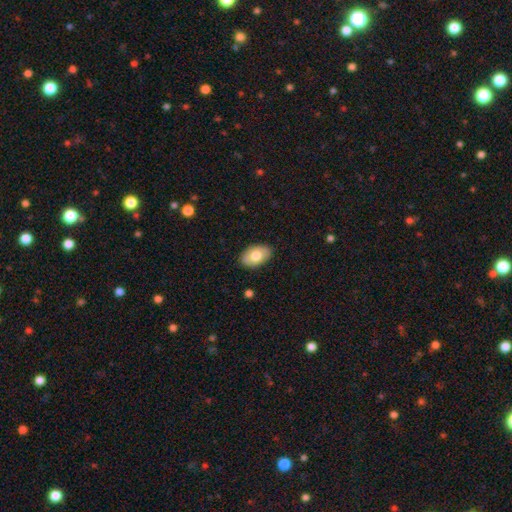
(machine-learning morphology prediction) type=smooth (76%); roundness=in between (92%); merging=none (87%).